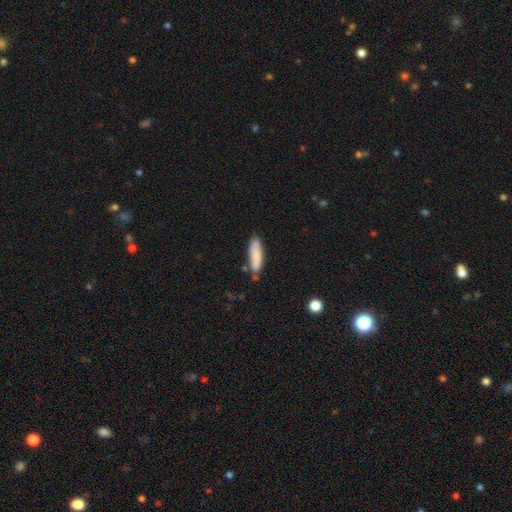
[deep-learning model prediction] A smooth galaxy with no disk features (85%) that is cigar-shaped (59%). Merging: none (73%).